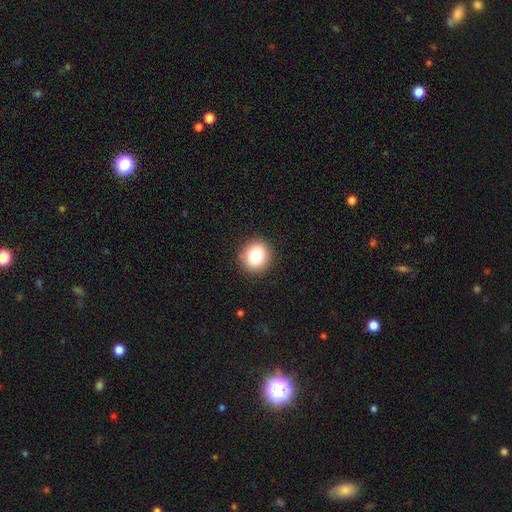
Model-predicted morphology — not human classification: Q: Smooth or featured?
A: smooth (82%); runner-up: star or artifact (10%)
Q: How rounded?
A: round (83%); runner-up: in between (16%)
Q: Merging?
A: none (90%); runner-up: minor disturbance (7%)